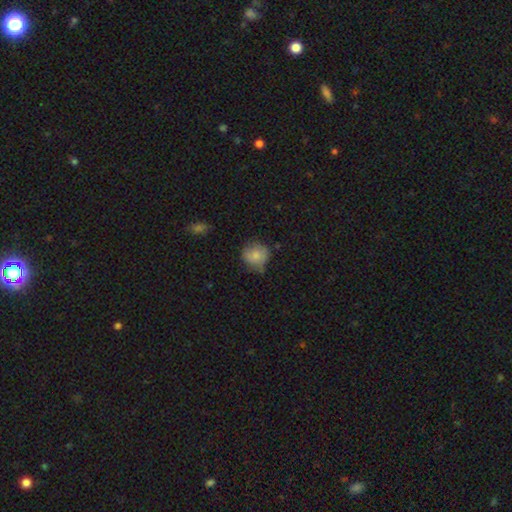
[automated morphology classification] smooth 78%, featured or disk 13%, star or artifact 9%. Down the decision tree: how rounded — round (81%); merging — none (59%).